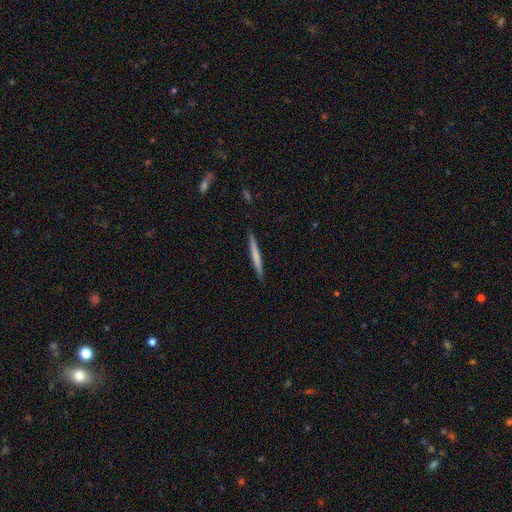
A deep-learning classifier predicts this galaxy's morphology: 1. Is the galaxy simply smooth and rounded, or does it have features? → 63% smooth, 31% featured or disk, 5% star or artifact.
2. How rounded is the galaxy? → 97% cigar-shaped, 2% in between, 1% round.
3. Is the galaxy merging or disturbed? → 91% none, 6% minor disturbance, 1% major disturbance, 1% merger.